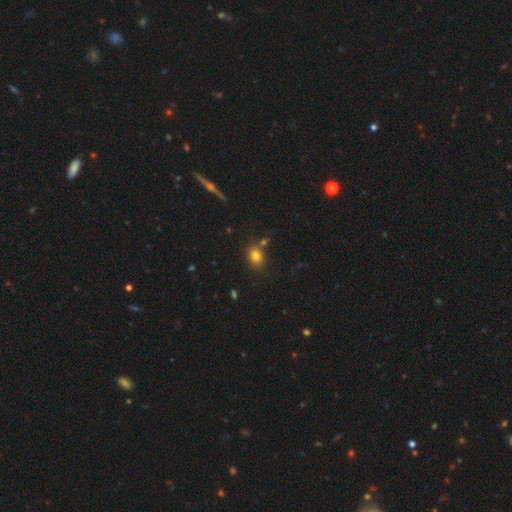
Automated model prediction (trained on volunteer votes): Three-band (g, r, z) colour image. It shows a smooth galaxy with no disk features (79%) that is in between round and cigar-shaped (51%). Merging: none (74%).